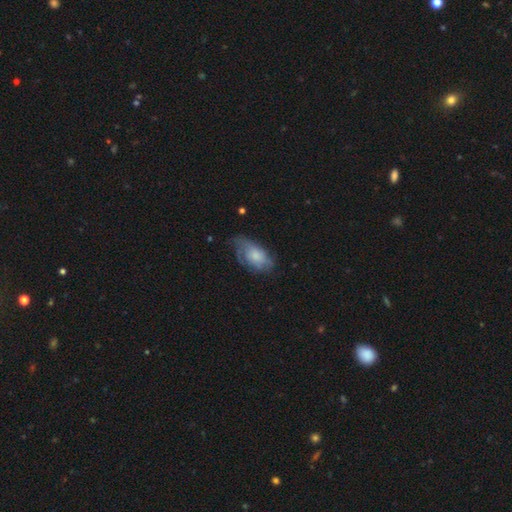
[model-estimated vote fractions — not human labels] Q: Smooth or featured?
A: smooth (55%); runner-up: featured or disk (38%)
Q: How rounded?
A: in between (92%); runner-up: round (5%)
Q: Merging?
A: none (48%); runner-up: minor disturbance (32%)